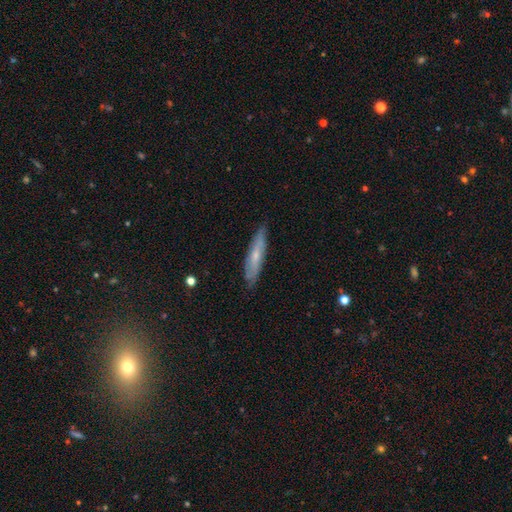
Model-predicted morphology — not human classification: Smooth or featured?
  - featured or disk: 47% *
  - smooth: 46%
  - star or artifact: 6%
Merging?
  - none: 83% *
  - minor disturbance: 14%
  - major disturbance: 2%
  - merger: 1%